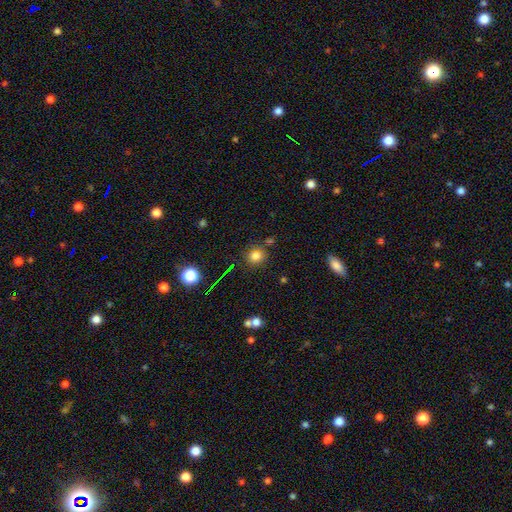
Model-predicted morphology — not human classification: A smooth galaxy with no disk features (78%) that is round (85%). Merging: none (78%).